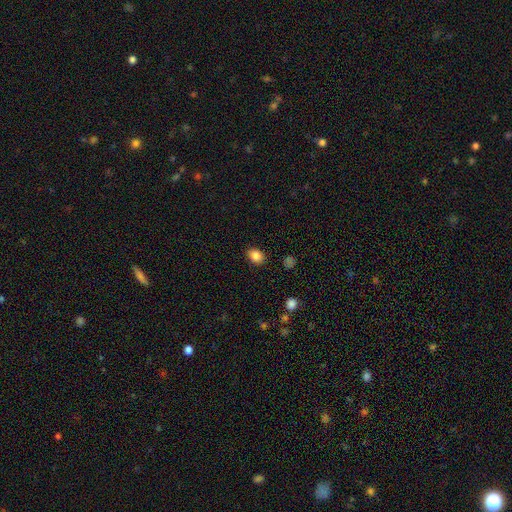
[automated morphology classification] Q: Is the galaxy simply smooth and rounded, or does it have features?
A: smooth — 85%.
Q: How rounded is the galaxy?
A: in between — 63%.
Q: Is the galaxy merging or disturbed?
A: none — 88%.